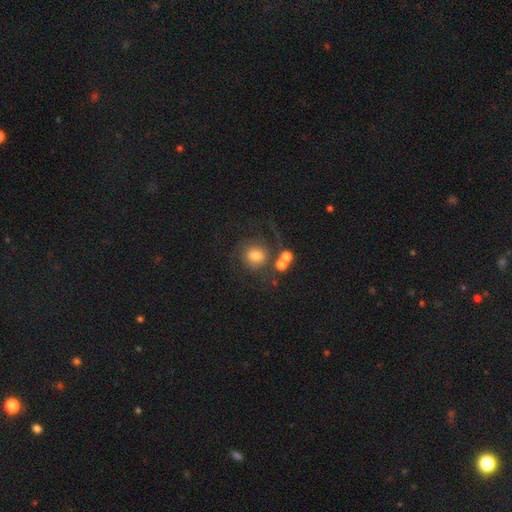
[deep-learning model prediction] This is possibly a smooth galaxy (56%). How rounded: clearly round (85%). Merging: possibly none (52%).